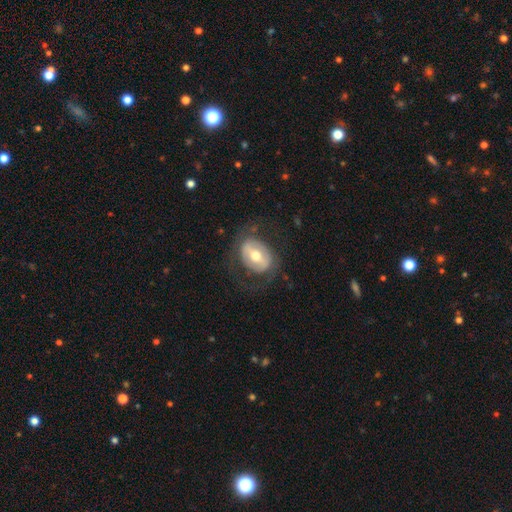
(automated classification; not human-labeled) A featured or disk galaxy (60%) with a strong bar (37%), no spiral arms (59%) and a moderate central bulge (72%). Merging: none (69%).